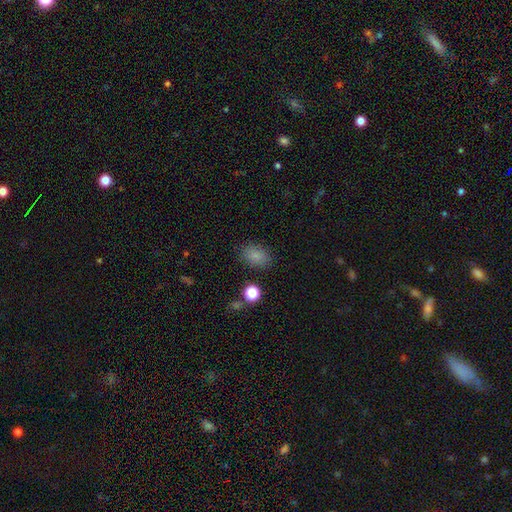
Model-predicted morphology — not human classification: Smooth or featured? smooth (83%)
How rounded? in between (79%)
Merging? none (84%)